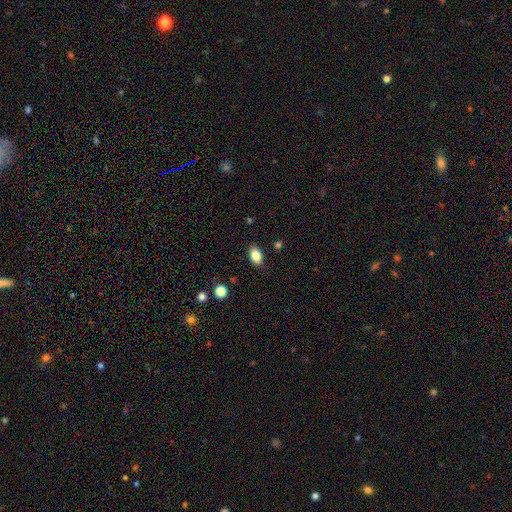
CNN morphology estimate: Q: Smooth or featured?
A: smooth (84%); runner-up: star or artifact (9%)
Q: How rounded?
A: in between (90%); runner-up: round (8%)
Q: Merging?
A: none (86%); runner-up: minor disturbance (10%)